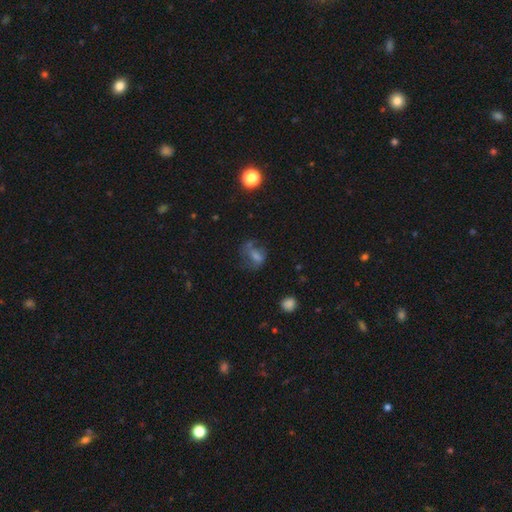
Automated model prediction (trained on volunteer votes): A smooth galaxy with no disk features (41%). Merging: none (45%).